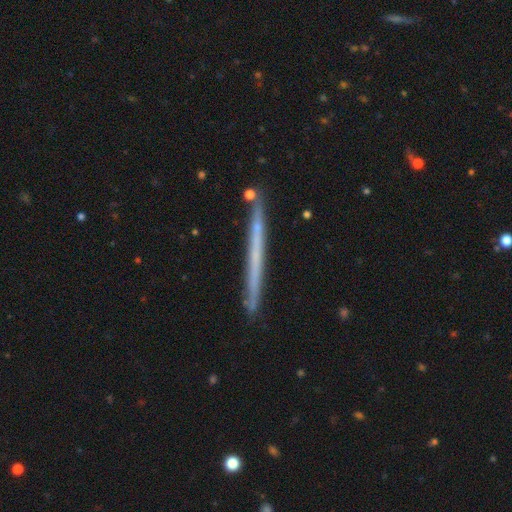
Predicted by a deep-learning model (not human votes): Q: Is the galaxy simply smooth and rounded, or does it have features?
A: featured or disk — 52%.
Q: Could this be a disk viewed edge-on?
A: yes — 97%.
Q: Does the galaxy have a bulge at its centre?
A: none — 94%.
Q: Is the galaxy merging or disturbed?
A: none — 88%.